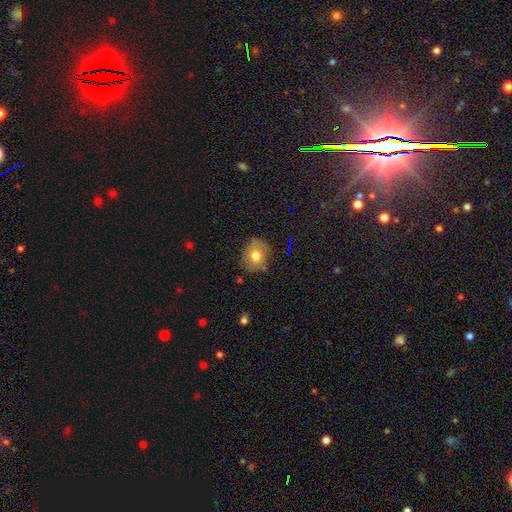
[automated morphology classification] Q: Smooth or featured?
A: smooth (71%); runner-up: featured or disk (17%)
Q: How rounded?
A: round (76%); runner-up: in between (23%)
Q: Merging?
A: none (74%); runner-up: minor disturbance (19%)